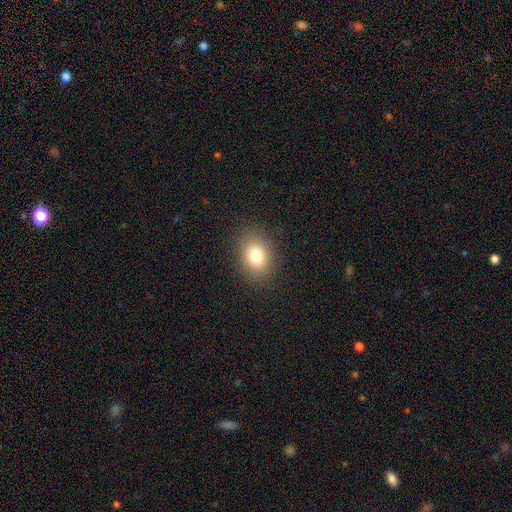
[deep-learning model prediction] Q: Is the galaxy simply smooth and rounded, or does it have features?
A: smooth — 80%.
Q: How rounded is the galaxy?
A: in between — 65%.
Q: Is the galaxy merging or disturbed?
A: none — 87%.